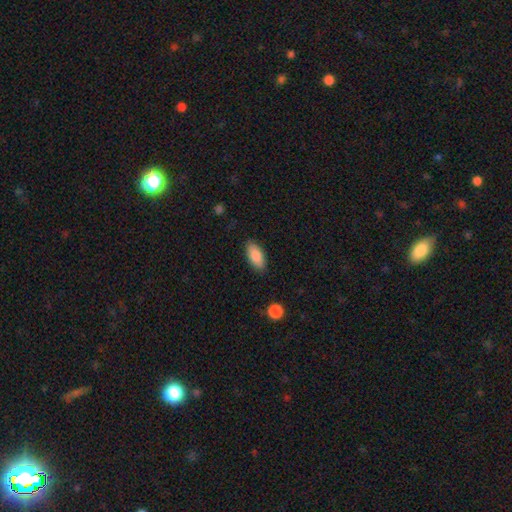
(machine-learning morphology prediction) Smooth or featured? smooth (86%)
How rounded? in between (87%)
Merging? none (86%)